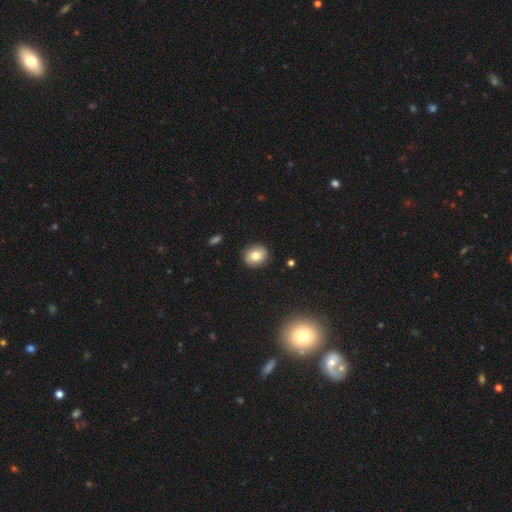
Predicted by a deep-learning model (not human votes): Q: Smooth or featured?
A: smooth (79%); runner-up: featured or disk (11%)
Q: How rounded?
A: round (71%); runner-up: in between (28%)
Q: Merging?
A: none (89%); runner-up: minor disturbance (8%)